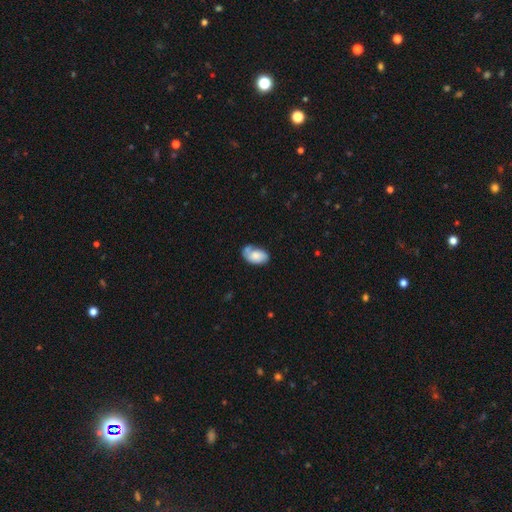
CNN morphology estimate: A smooth galaxy with no disk features (65%) that is in between round and cigar-shaped (91%). Merging: none (41%).